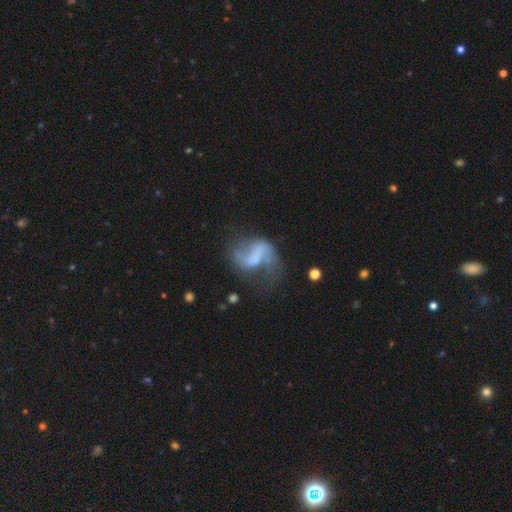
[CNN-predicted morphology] smooth_or_featured: featured or disk (p=0.74) [alt: smooth p=0.17]
disk_edge_on: no (p=0.98) [alt: yes p=0.02]
bar: weak (p=0.41) [alt: no p=0.32]
has_spiral_arms: yes (p=0.84) [alt: no p=0.16]
spiral_winding: loose (p=0.68) [alt: medium p=0.26]
spiral_arm_count: 2 (p=0.82) [alt: 1 p=0.10]
bulge_size: none (p=0.61) [alt: small p=0.17]
merging: none (p=0.44) [alt: major disturbance p=0.29]